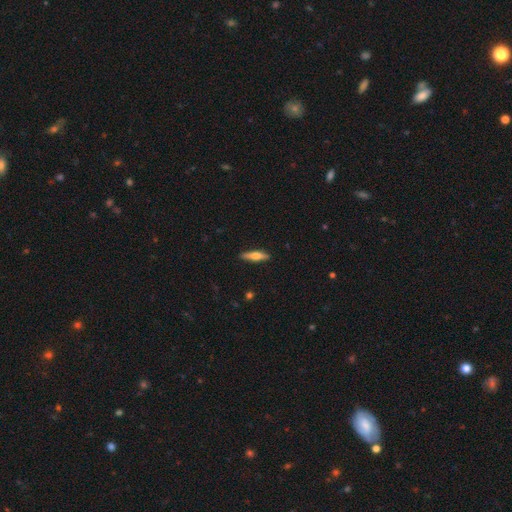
Smooth or featured? 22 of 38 (58%) said smooth. How rounded? 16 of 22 (73%) said cigar-shaped. Merging? 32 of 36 (89%) said none.